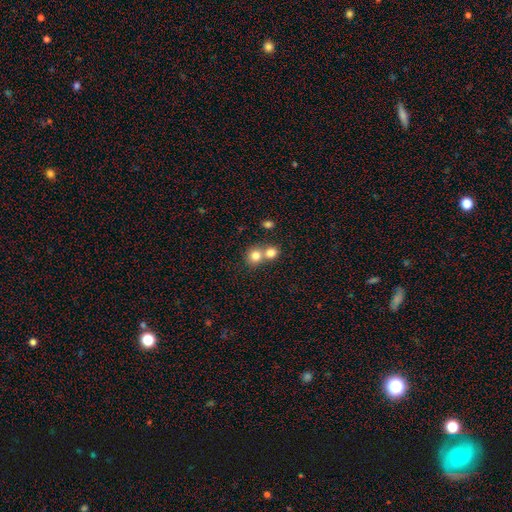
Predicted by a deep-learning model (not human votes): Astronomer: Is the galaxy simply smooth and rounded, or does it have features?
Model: smooth — 80%.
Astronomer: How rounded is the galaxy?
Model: round — 85%.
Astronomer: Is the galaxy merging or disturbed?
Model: merger — 53% (runner-up: none, 39%).